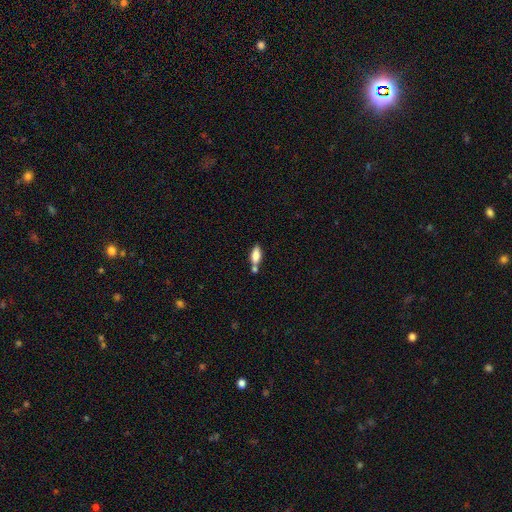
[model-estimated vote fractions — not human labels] Smooth or featured? Predicted: smooth (p=0.76). How rounded? Predicted: in between (p=0.73). Merging? Predicted: none (p=0.53).